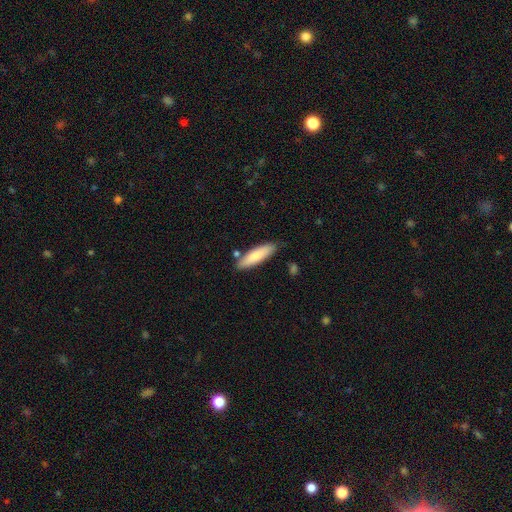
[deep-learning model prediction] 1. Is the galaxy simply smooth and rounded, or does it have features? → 80% smooth, 15% featured or disk, 5% star or artifact.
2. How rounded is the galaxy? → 64% cigar-shaped, 35% in between, 1% round.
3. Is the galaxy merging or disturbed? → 81% none, 13% minor disturbance, 4% merger, 2% major disturbance.